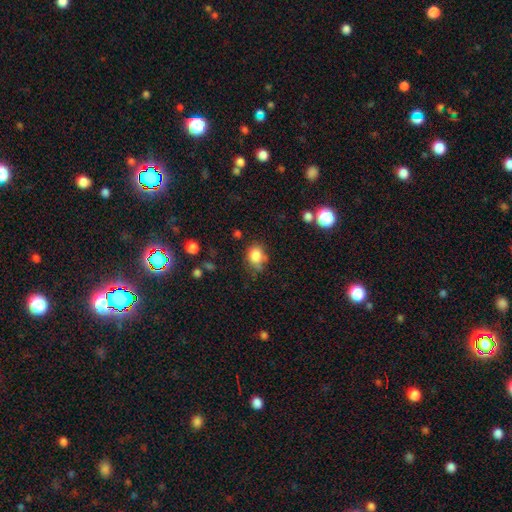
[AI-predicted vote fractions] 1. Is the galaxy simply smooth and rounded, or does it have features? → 83% smooth, 10% star or artifact, 7% featured or disk.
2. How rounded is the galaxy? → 50% in between, 49% round, 1% cigar-shaped.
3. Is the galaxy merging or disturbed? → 59% none, 27% minor disturbance, 7% major disturbance, 7% merger.